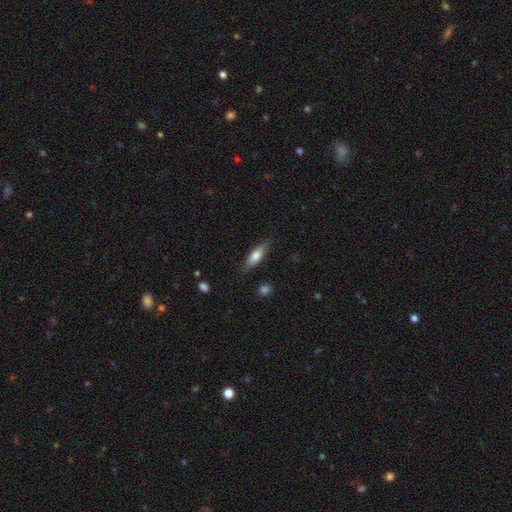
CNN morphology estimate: A smooth galaxy with no disk features (71%) that is cigar-shaped (58%). Merging: none (81%).